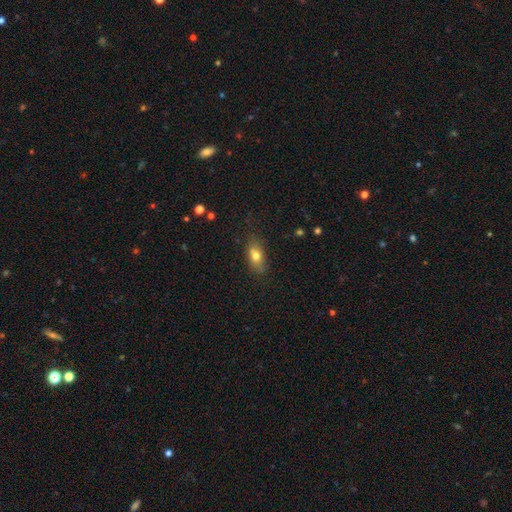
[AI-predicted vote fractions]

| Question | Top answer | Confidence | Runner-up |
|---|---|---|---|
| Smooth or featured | smooth | 75% | featured or disk (16%) |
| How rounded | in between | 83% | round (11%) |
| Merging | none | 72% | minor disturbance (20%) |